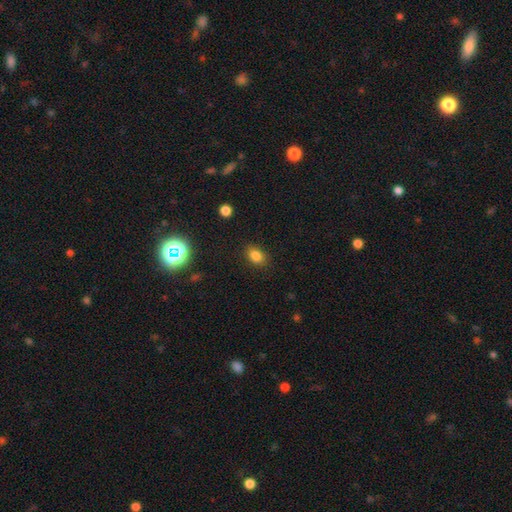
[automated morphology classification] A smooth galaxy with no disk features (82%) that is in between round and cigar-shaped (74%).

Vote fractions:
- Smooth or featured? smooth: 82% / star or artifact: 13% / featured or disk: 5%
- How rounded? in between: 74% / round: 24% / cigar-shaped: 1%
- Merging? none: 85% / minor disturbance: 11% / major disturbance: 3% / merger: 1%